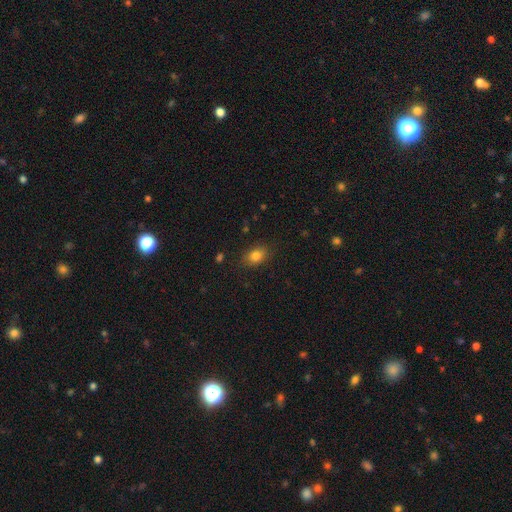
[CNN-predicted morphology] This is clearly a smooth galaxy (82%). How rounded: likely in between (71%). Merging: clearly none (83%).